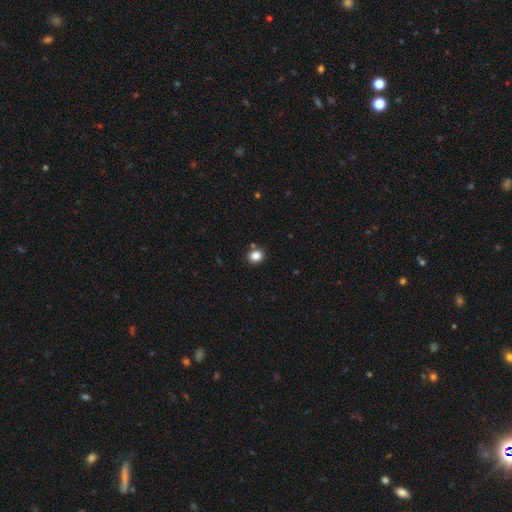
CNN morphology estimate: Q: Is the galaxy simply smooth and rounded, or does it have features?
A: smooth — 85%.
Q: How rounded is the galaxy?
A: round — 73%.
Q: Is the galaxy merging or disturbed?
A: none — 82%.